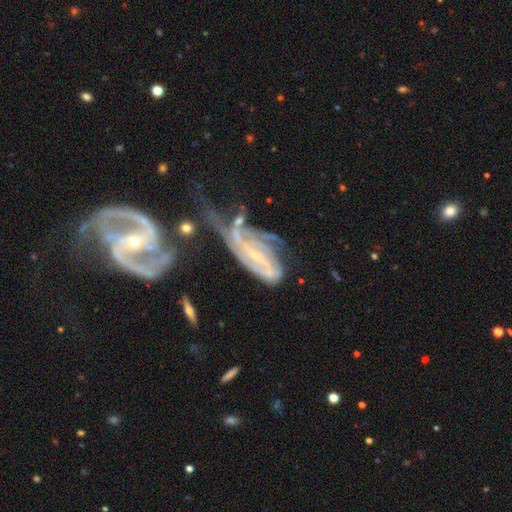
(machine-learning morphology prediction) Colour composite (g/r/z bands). It shows a featured or disk galaxy (86%) with a weak bar (37%), 2 (52%) medium (44%) spiral arms (95%) and a small central bulge (77%). Merging: merger (32%).